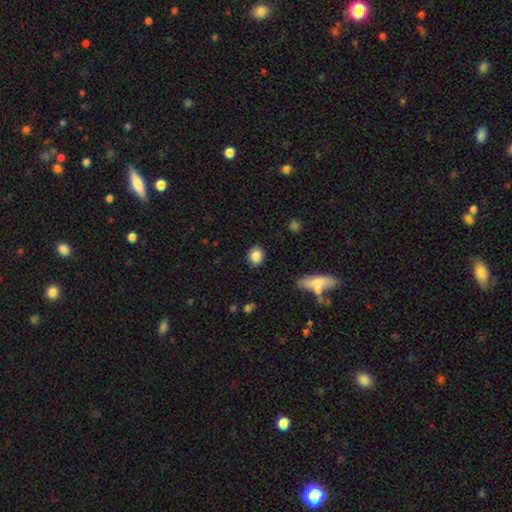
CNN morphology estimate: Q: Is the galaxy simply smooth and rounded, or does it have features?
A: smooth — 86%.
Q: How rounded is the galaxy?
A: round — 63%.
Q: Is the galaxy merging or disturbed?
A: none — 88%.